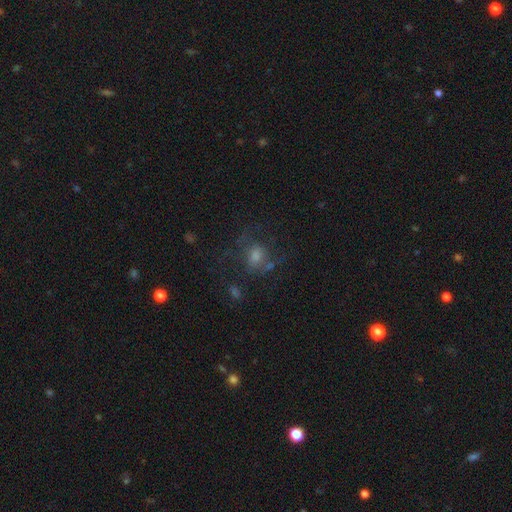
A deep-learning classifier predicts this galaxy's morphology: Smooth or featured?
  - smooth: 39% *
  - featured or disk: 35%
  - star or artifact: 26%
Merging?
  - none: 55% *
  - major disturbance: 23%
  - minor disturbance: 17%
  - merger: 5%